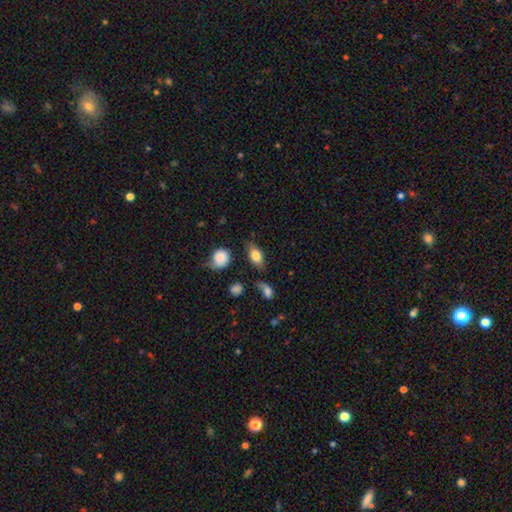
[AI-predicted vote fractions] Smooth or featured? smooth (75%)
How rounded? in between (85%)
Merging? none (70%)